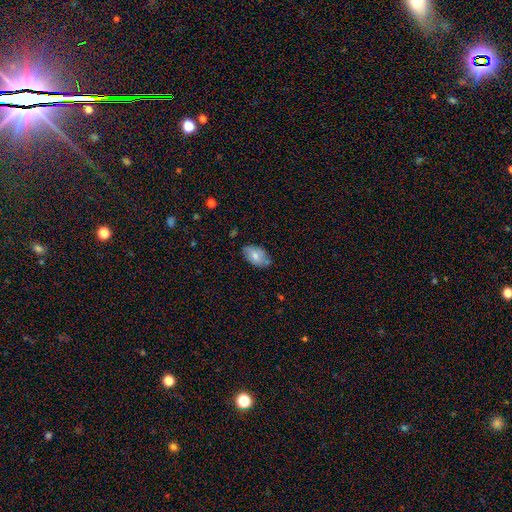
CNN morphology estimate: Q: Smooth or featured?
A: smooth (71%); runner-up: featured or disk (22%)
Q: How rounded?
A: in between (92%); runner-up: round (6%)
Q: Merging?
A: none (72%); runner-up: minor disturbance (22%)